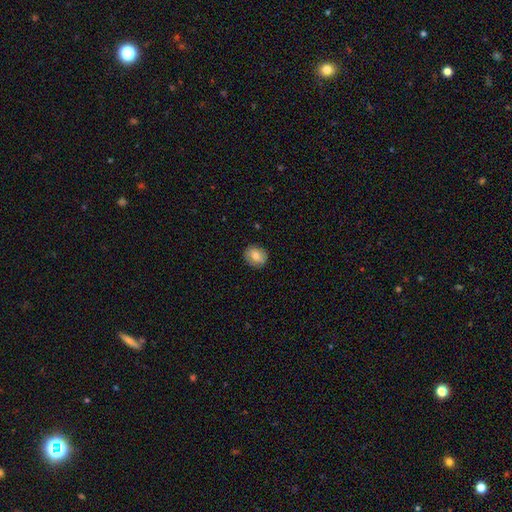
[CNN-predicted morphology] Q: Smooth or featured?
A: smooth (66%); runner-up: featured or disk (26%)
Q: How rounded?
A: round (66%); runner-up: in between (33%)
Q: Merging?
A: none (84%); runner-up: minor disturbance (12%)